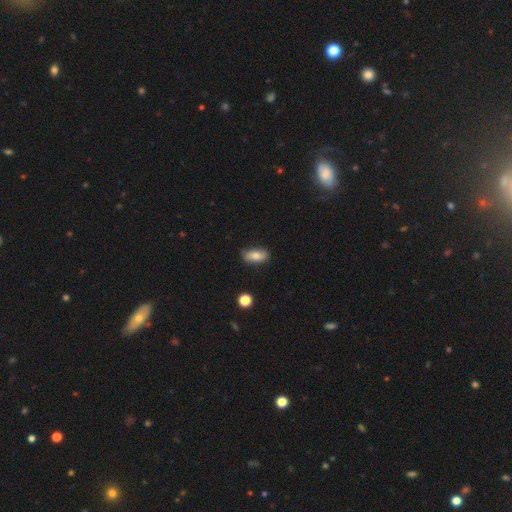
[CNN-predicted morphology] Smooth or featured?
  - smooth: 77% *
  - featured or disk: 16%
  - star or artifact: 8%
How rounded?
  - in between: 83% *
  - cigar-shaped: 13%
  - round: 4%
Merging?
  - none: 81% *
  - minor disturbance: 15%
  - major disturbance: 3%
  - merger: 2%